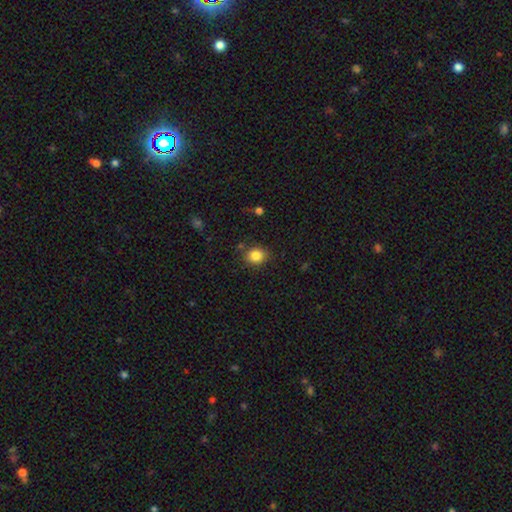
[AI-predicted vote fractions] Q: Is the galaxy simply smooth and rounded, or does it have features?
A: smooth — 84%.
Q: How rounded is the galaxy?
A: round — 75%.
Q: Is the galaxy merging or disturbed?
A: none — 82%.